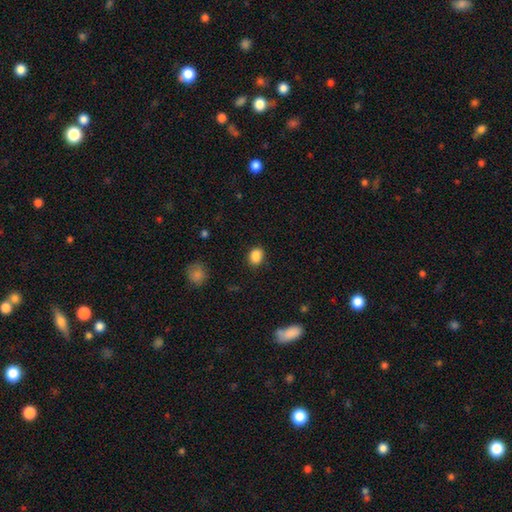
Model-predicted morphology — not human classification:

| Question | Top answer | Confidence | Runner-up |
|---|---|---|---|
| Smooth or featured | smooth | 87% | star or artifact (10%) |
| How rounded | in between | 52% | round (47%) |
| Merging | none | 84% | minor disturbance (12%) |